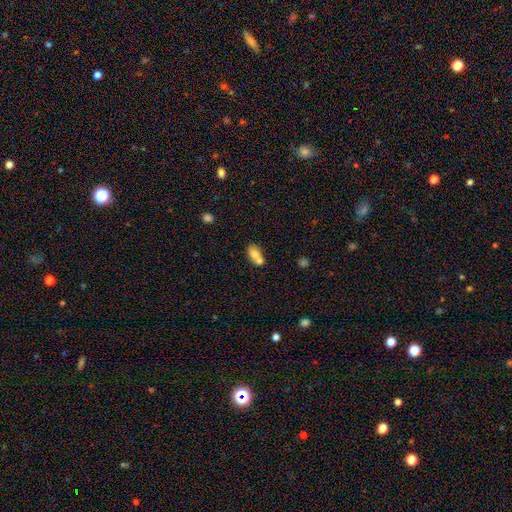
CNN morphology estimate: smooth_or_featured: smooth (p=0.72) [alt: featured or disk p=0.18]
how_rounded: in between (p=0.79) [alt: round p=0.17]
merging: merger (p=0.60) [alt: none p=0.26]